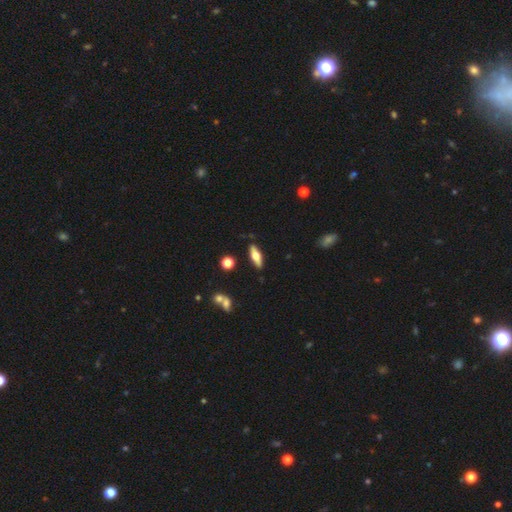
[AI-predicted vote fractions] Q: Smooth or featured?
A: featured or disk (47%); tied with: smooth (47%)
Q: Merging?
A: none (85%); runner-up: minor disturbance (10%)